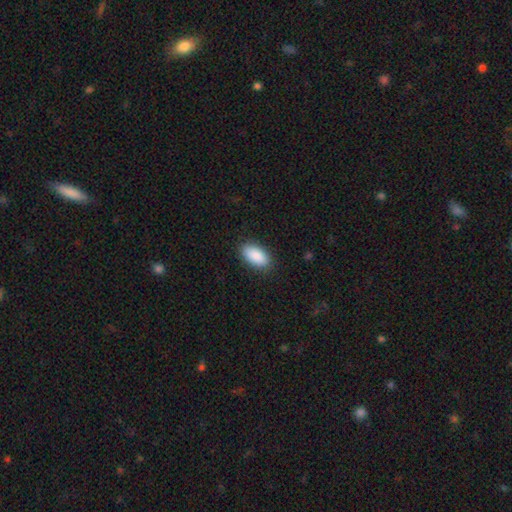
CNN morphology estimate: Q: Smooth or featured?
A: smooth (90%); runner-up: star or artifact (6%)
Q: How rounded?
A: in between (94%); runner-up: cigar-shaped (4%)
Q: Merging?
A: none (88%); runner-up: minor disturbance (8%)